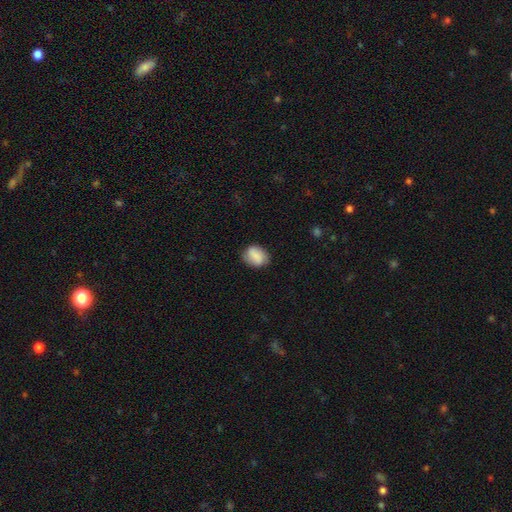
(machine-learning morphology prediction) The model was most divided on "how rounded": in between: 56%, round: 43%, cigar-shaped: 1%. More confident: smooth or featured — smooth (80%); merging — none (76%).